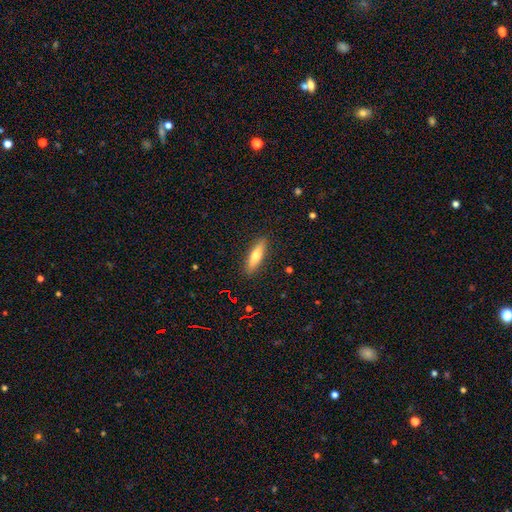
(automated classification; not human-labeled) This is likely a smooth galaxy (67%). How rounded: likely cigar-shaped (70%). Merging: clearly none (90%).